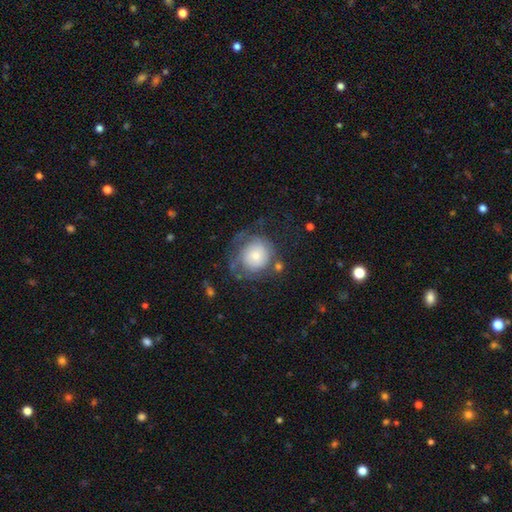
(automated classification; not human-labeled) featured or disk 52%, smooth 40%, star or artifact 8%. Down the decision tree: edge-on disk — no (97%); bar — no (81%); spiral arms — yes (78%); bulge size — small (47%); merging — none (52%).